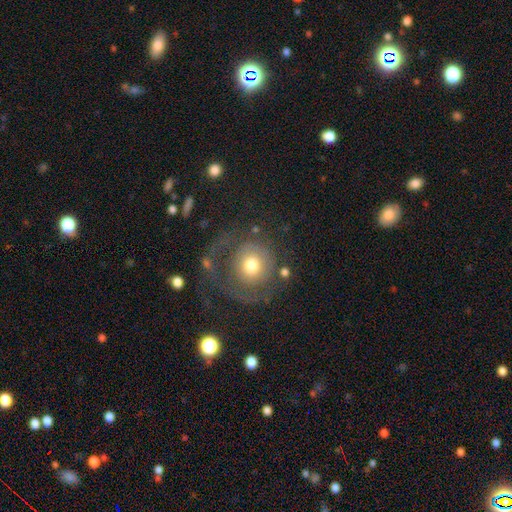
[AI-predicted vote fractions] smooth_or_featured: featured or disk (p=0.49) [alt: smooth p=0.36]
merging: none (p=0.66) [alt: major disturbance p=0.17]